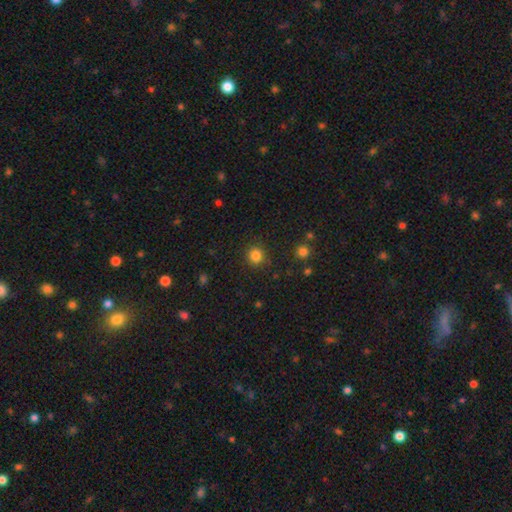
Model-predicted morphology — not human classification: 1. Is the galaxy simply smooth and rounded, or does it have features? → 83% smooth, 13% star or artifact, 4% featured or disk.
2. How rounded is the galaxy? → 91% round, 8% in between, 1% cigar-shaped.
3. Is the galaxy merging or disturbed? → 89% none, 7% minor disturbance, 3% major disturbance, 2% merger.